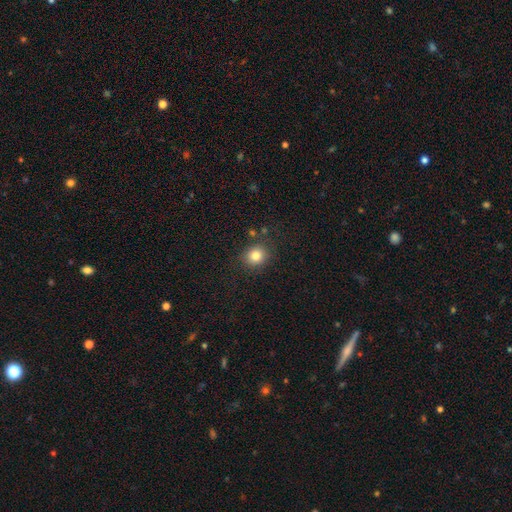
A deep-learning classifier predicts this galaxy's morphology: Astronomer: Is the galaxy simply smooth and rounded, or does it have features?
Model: smooth — 82%.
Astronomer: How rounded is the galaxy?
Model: round — 77%.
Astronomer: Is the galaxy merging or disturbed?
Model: none — 84%.